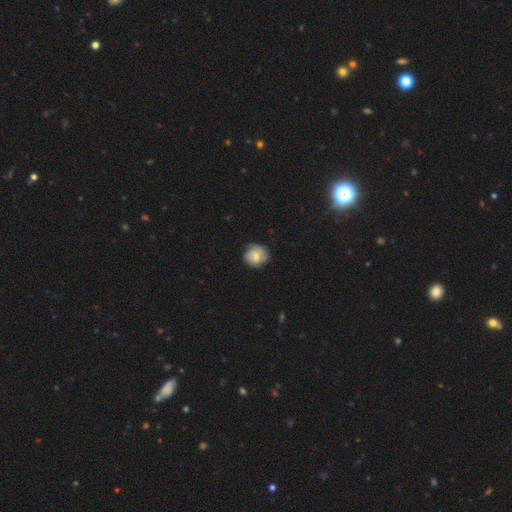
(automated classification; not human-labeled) Smooth or featured: smooth — 62% (featured or disk — 29%)
How rounded: round — 84% (in between — 15%)
Merging: none — 75% (minor disturbance — 19%)